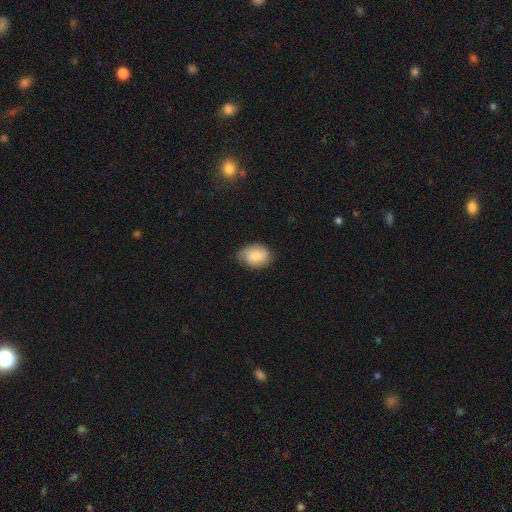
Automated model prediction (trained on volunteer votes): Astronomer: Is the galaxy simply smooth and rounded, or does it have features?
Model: smooth — 59%.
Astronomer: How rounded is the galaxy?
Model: in between — 66%.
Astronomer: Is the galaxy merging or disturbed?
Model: none — 68%.